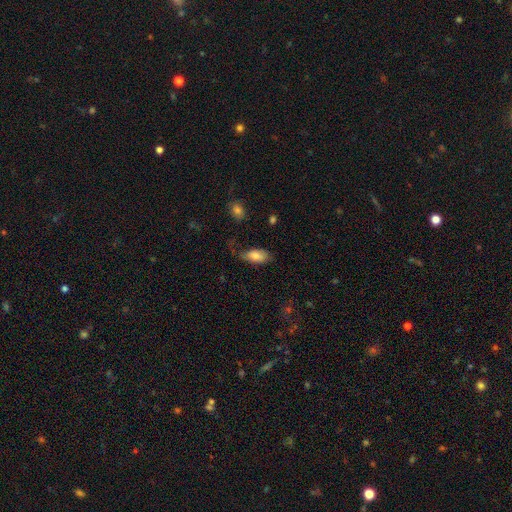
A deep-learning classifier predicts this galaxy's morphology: This is likely a smooth galaxy (79%). How rounded: clearly in between (91%). Merging: possibly none (57%).